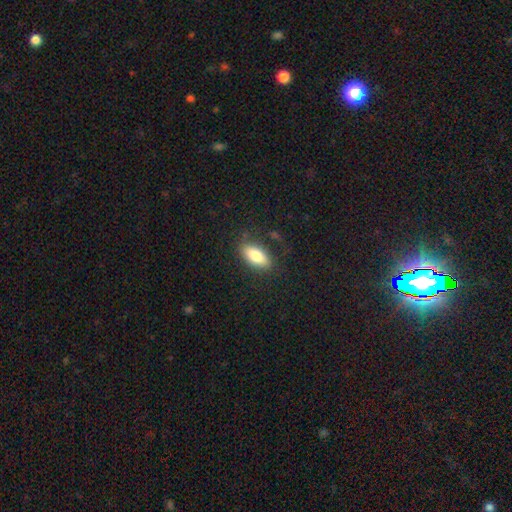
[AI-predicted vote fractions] smooth_or_featured: smooth (p=0.79) [alt: featured or disk p=0.14]
how_rounded: in between (p=0.84) [alt: cigar-shaped p=0.13]
merging: none (p=0.80) [alt: minor disturbance p=0.14]